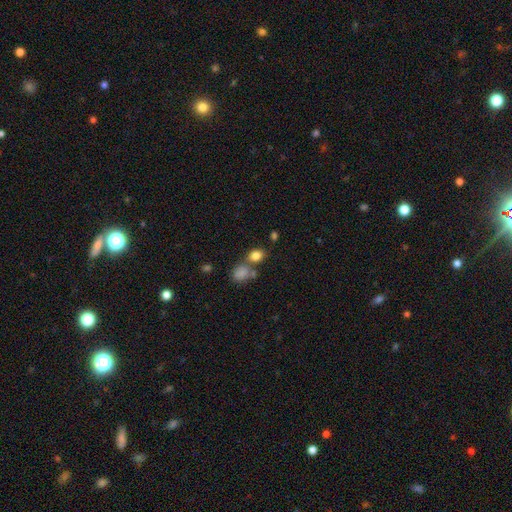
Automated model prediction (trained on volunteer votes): smooth_or_featured: smooth (p=0.81) [alt: star or artifact p=0.11]
how_rounded: in between (p=0.59) [alt: round p=0.40]
merging: none (p=0.58) [alt: merger p=0.27]